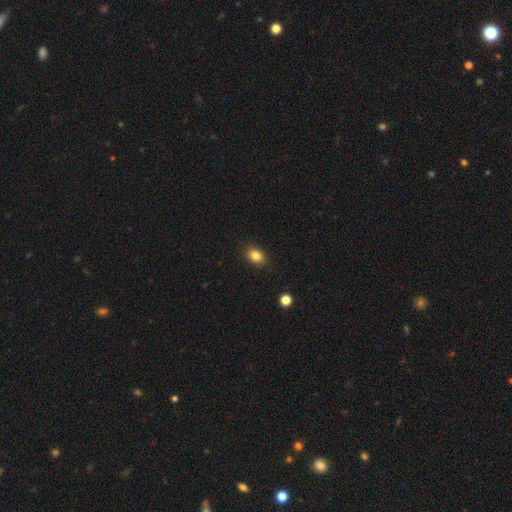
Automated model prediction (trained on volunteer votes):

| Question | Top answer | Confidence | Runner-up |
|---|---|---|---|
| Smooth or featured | smooth | 83% | star or artifact (10%) |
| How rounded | in between | 73% | round (26%) |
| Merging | none | 87% | minor disturbance (9%) |